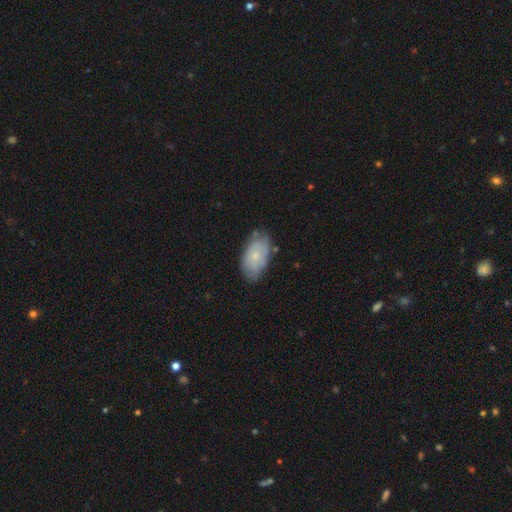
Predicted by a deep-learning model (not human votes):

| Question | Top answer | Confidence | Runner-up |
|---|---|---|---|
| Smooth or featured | smooth | 63% | featured or disk (30%) |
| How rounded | in between | 94% | round (4%) |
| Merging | none | 68% | minor disturbance (25%) |